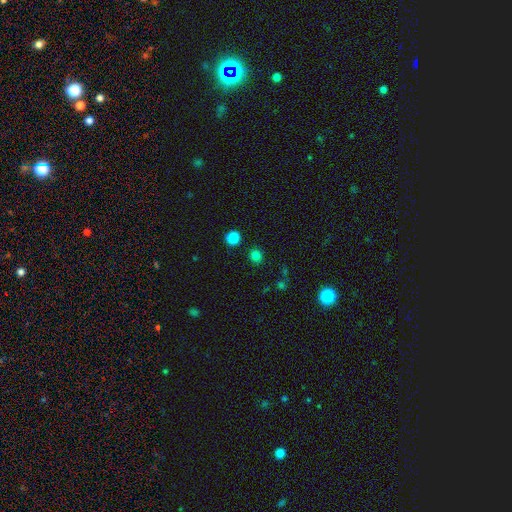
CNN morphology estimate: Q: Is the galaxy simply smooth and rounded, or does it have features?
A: smooth — 79%.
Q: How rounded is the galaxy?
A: round — 87%.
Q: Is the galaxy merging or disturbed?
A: none — 88%.